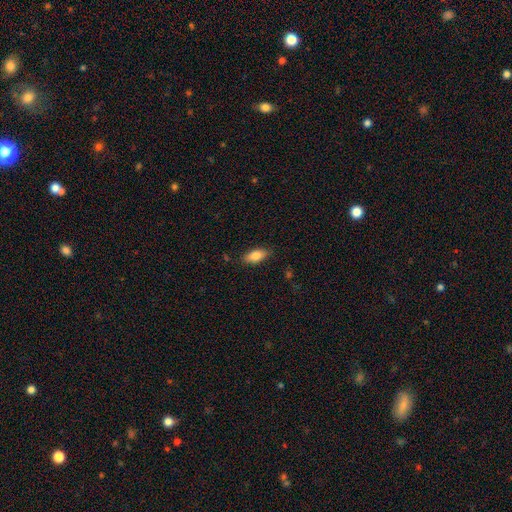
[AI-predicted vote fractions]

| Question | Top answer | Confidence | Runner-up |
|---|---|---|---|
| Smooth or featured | smooth | 82% | featured or disk (11%) |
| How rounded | in between | 87% | cigar-shaped (10%) |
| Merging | none | 85% | minor disturbance (11%) |